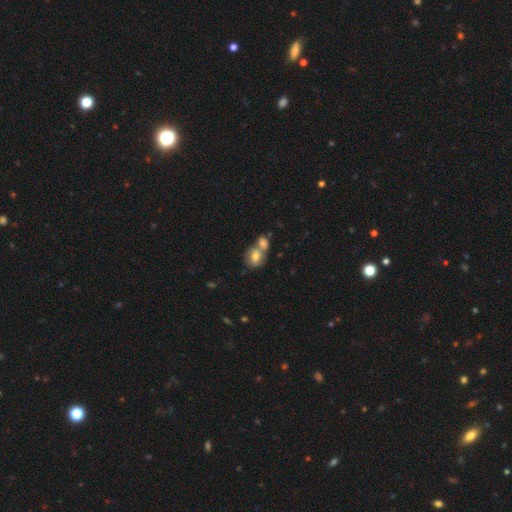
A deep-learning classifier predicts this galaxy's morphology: Smooth or featured?
  - smooth: 71% *
  - featured or disk: 19%
  - star or artifact: 9%
How rounded?
  - round: 51% *
  - in between: 48%
  - cigar-shaped: 2%
Merging?
  - merger: 61% *
  - none: 28%
  - minor disturbance: 8%
  - major disturbance: 3%